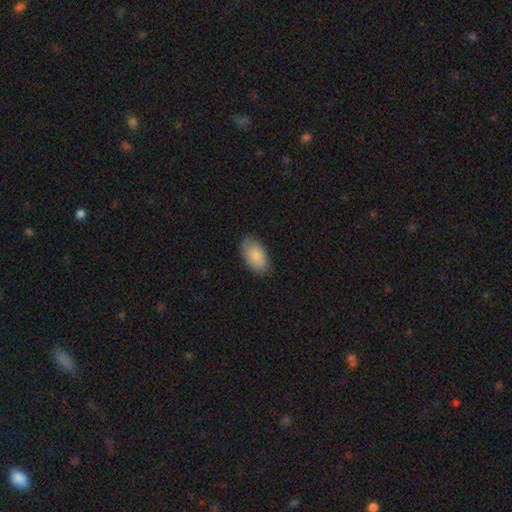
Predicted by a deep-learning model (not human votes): Smooth or featured? Predicted: smooth (p=0.84). How rounded? Predicted: in between (p=0.94). Merging? Predicted: none (p=0.83).